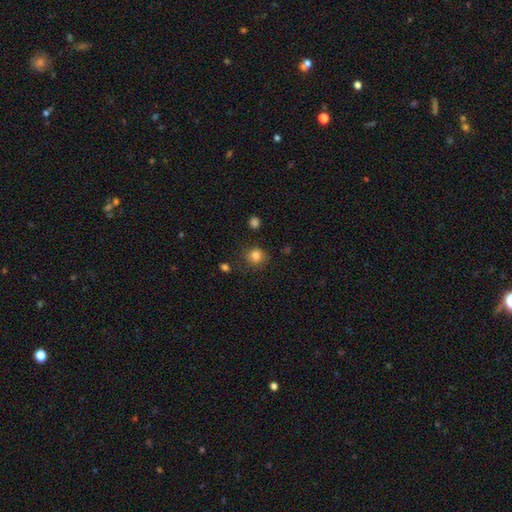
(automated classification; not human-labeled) A smooth galaxy with no disk features (82%) that is round (84%).

Vote fractions:
- Smooth or featured? smooth: 82% / star or artifact: 12% / featured or disk: 6%
- How rounded? round: 84% / in between: 15% / cigar-shaped: 1%
- Merging? none: 79% / minor disturbance: 14% / major disturbance: 4% / merger: 3%